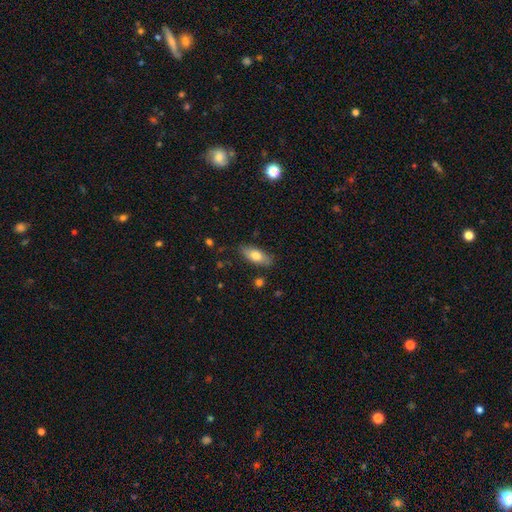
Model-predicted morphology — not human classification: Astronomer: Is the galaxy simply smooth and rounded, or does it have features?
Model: smooth — 75%.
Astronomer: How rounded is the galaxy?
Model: in between — 81%.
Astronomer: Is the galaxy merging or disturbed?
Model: none — 82%.